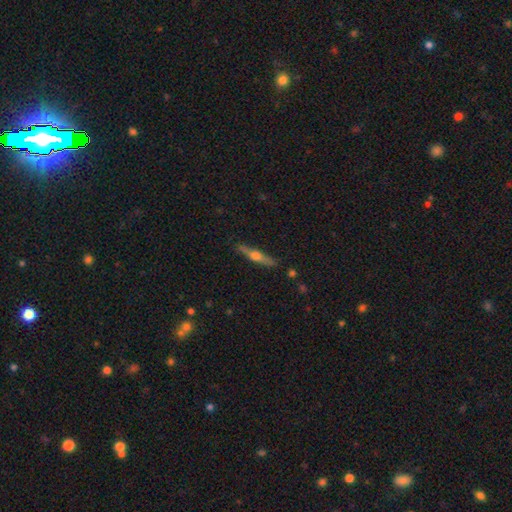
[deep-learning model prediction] smooth_or_featured: featured or disk (p=0.61) [alt: smooth p=0.32]
disk_edge_on: yes (p=0.95) [alt: no p=0.05]
edge_on_bulge: rounded (p=0.91) [alt: boxy p=0.05]
merging: none (p=0.85) [alt: minor disturbance p=0.11]